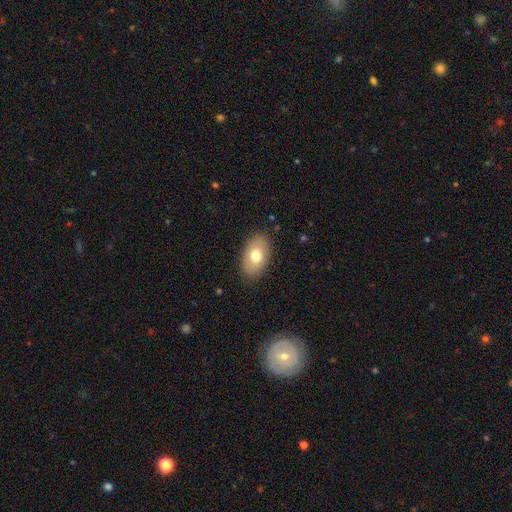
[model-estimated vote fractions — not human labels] smooth 73%, featured or disk 20%, star or artifact 7%. Down the decision tree: how rounded — in between (91%); merging — none (85%).